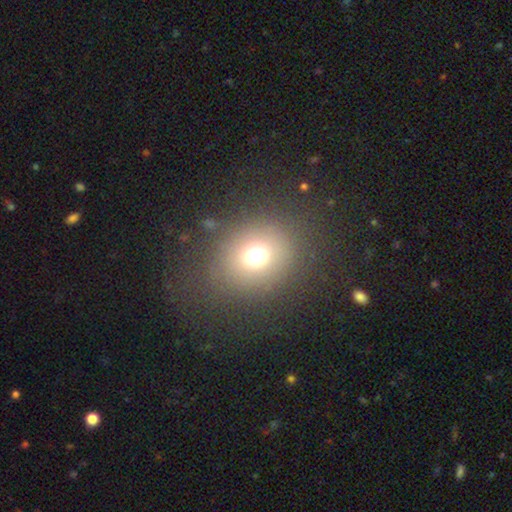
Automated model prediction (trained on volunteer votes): A smooth galaxy with no disk features (69%) that is round (75%).

Vote fractions:
- Smooth or featured? smooth: 69% / star or artifact: 20% / featured or disk: 11%
- How rounded? round: 75% / in between: 24% / cigar-shaped: 1%
- Merging? none: 81% / minor disturbance: 10% / major disturbance: 8% / merger: 2%